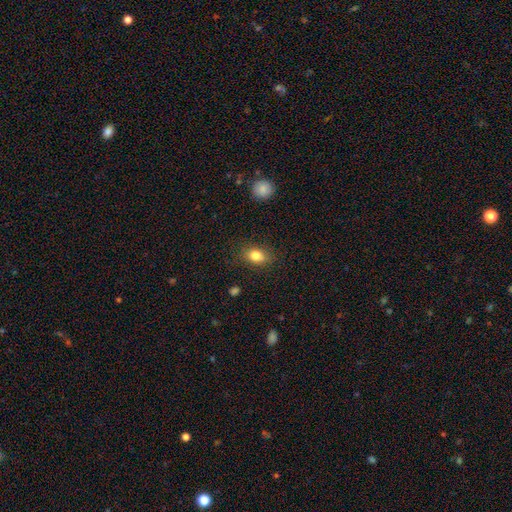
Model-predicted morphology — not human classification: smooth 82%, star or artifact 9%, featured or disk 9%. Down the decision tree: how rounded — in between (75%); merging — none (84%).